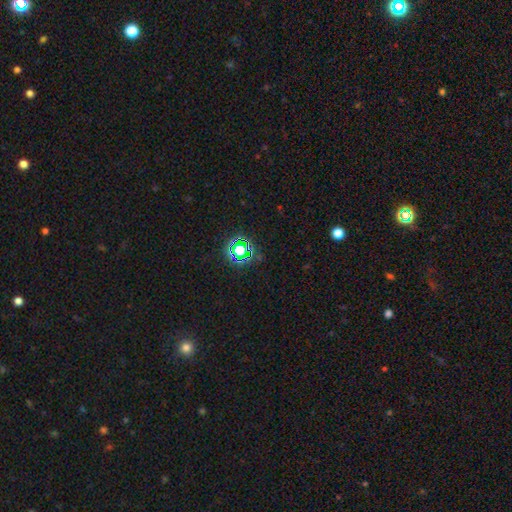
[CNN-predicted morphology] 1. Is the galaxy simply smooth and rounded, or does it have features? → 76% star or artifact, 17% smooth, 8% featured or disk.